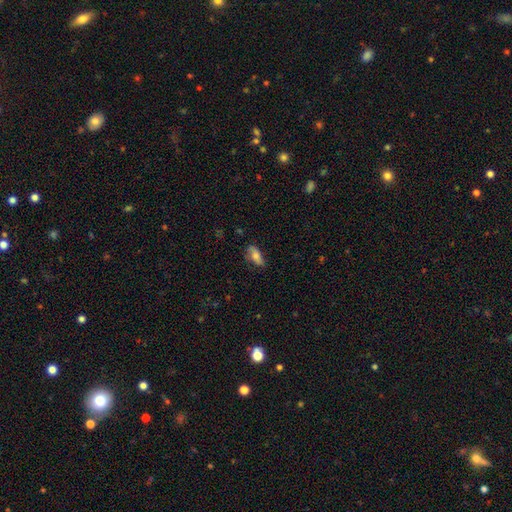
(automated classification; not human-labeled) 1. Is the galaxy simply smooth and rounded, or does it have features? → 69% smooth, 24% featured or disk, 7% star or artifact.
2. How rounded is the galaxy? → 81% in between, 16% cigar-shaped, 3% round.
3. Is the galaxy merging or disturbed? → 72% none, 22% minor disturbance, 5% major disturbance, 2% merger.